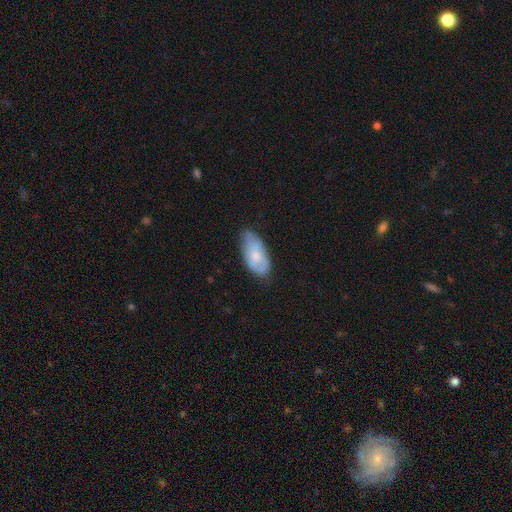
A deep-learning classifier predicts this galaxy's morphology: A smooth galaxy with no disk features (62%) that is in between round and cigar-shaped (92%).

Vote fractions:
- Smooth or featured? smooth: 62% / featured or disk: 32% / star or artifact: 6%
- How rounded? in between: 92% / cigar-shaped: 5% / round: 3%
- Merging? none: 57% / minor disturbance: 34% / major disturbance: 7% / merger: 2%